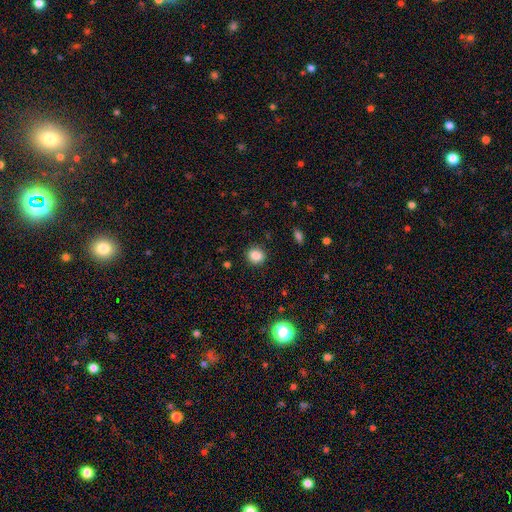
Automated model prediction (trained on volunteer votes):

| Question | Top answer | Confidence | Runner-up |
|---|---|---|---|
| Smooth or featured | smooth | 86% | star or artifact (11%) |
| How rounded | round | 79% | in between (20%) |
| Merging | none | 90% | minor disturbance (7%) |